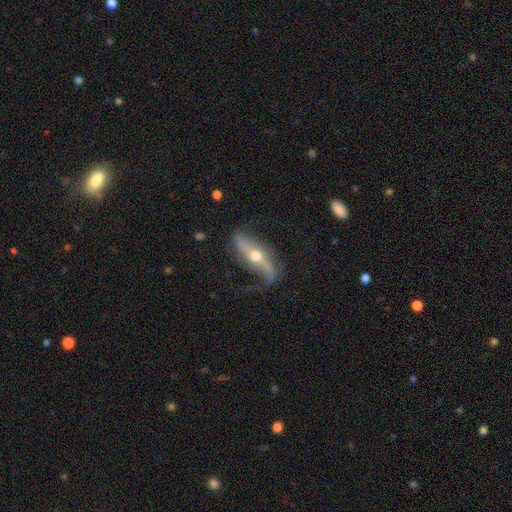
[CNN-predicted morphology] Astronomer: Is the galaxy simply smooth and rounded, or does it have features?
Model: featured or disk — 84%.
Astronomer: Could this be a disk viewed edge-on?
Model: no — 71%.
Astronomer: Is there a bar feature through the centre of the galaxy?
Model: strong — 44% (runner-up: no, 34%).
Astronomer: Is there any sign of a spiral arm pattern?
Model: yes — 92%.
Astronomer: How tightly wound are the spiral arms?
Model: loose — 76%.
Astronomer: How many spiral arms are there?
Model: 2 — 87%.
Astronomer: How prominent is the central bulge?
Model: moderate — 65%.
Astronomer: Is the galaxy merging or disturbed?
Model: none — 64%.